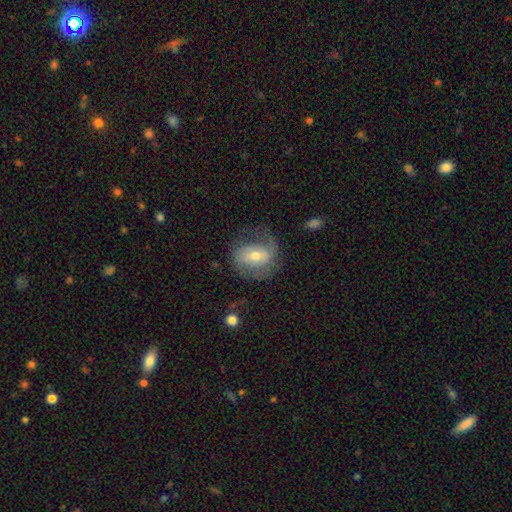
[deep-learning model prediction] featured or disk 66%, smooth 26%, star or artifact 8%. Down the decision tree: edge-on disk — no (96%); bar — weak (41%); spiral arms — yes (86%); spiral arm count — 2 (62%); spiral winding — medium (44%); bulge size — moderate (58%); merging — none (55%).